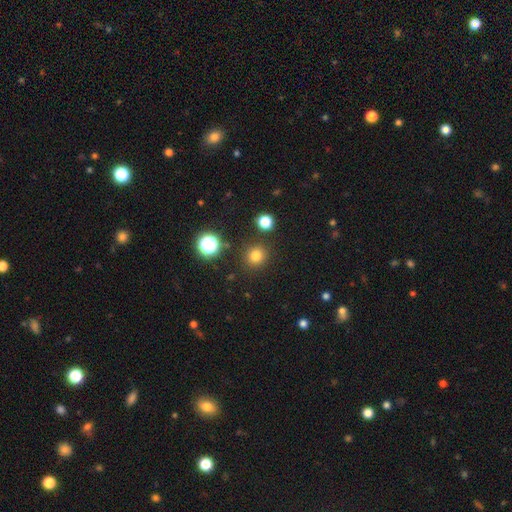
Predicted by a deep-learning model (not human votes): Morphology: type=smooth (78%); roundness=round (93%); merging=none (88%).